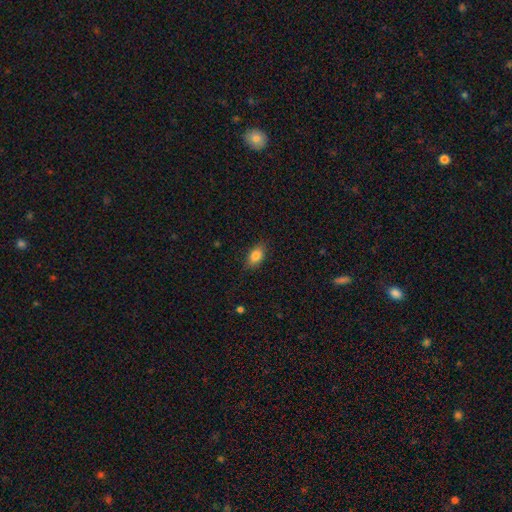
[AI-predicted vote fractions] Smooth or featured? Predicted: smooth (p=0.84). How rounded? Predicted: in between (p=0.85). Merging? Predicted: none (p=0.82).